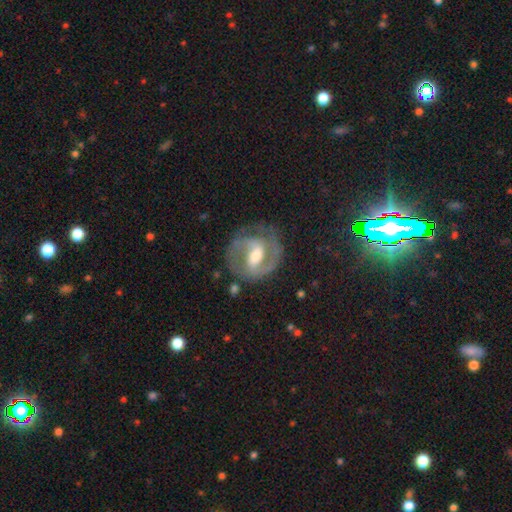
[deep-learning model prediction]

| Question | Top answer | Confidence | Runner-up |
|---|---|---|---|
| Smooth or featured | featured or disk | 84% | smooth (10%) |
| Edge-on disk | no | 97% | yes (3%) |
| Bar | weak | 47% | strong (38%) |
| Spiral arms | yes | 93% | no (7%) |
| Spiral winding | medium | 51% | tight (36%) |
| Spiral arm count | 2 | 84% | can't tell (6%) |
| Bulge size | moderate | 61% | small (22%) |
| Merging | none | 74% | minor disturbance (16%) |